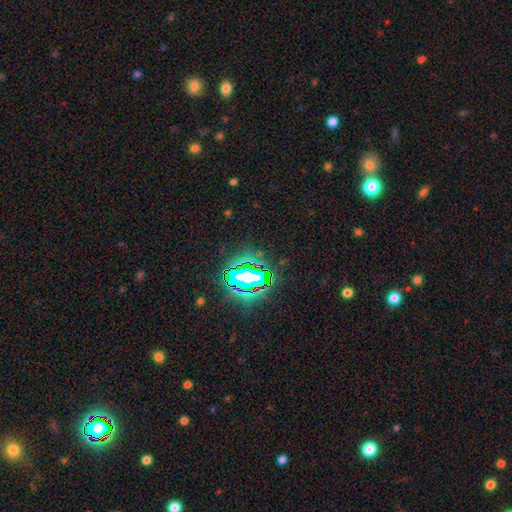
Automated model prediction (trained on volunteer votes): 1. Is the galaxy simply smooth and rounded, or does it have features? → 81% star or artifact, 11% smooth, 7% featured or disk.